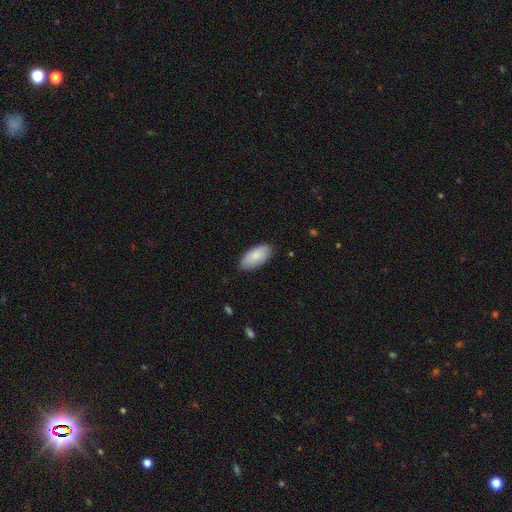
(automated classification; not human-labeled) Smooth or featured: smooth — 87% (featured or disk — 7%)
How rounded: in between — 93% (cigar-shaped — 5%)
Merging: none — 87% (minor disturbance — 10%)